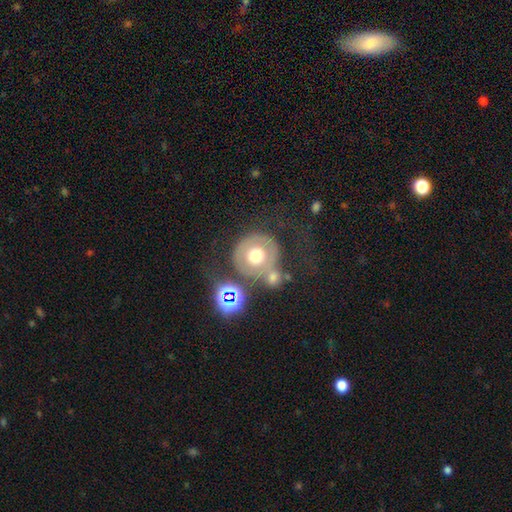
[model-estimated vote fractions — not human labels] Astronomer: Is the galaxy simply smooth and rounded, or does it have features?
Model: smooth — 50% (runner-up: featured or disk, 37%).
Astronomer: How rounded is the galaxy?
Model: round — 91%.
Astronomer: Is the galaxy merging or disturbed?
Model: none — 54%.